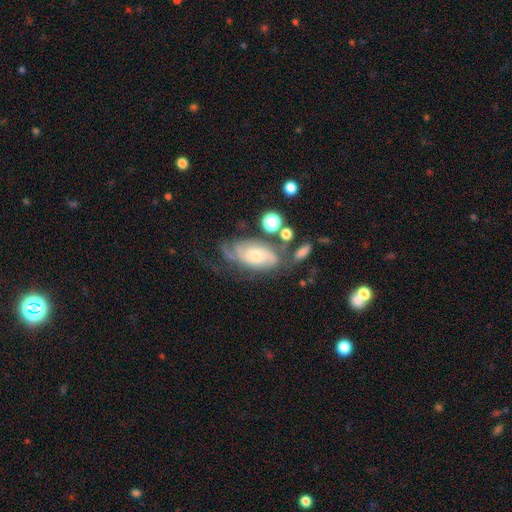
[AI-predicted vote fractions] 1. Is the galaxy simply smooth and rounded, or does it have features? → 73% featured or disk, 19% smooth, 8% star or artifact.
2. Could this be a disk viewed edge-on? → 93% no, 7% yes.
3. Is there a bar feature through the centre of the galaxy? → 72% no, 23% weak, 5% strong.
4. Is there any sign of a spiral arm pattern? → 92% yes, 8% no.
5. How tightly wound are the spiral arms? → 52% tight, 34% medium, 14% loose.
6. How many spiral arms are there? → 37% can't tell, 31% 2, 15% 3, 6% 4, 6% 1, 4% more than 4.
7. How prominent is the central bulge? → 51% small, 39% moderate, 5% large, 3% none, 2% dominant.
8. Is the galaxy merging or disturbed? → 45% none, 23% major disturbance, 23% minor disturbance, 9% merger.